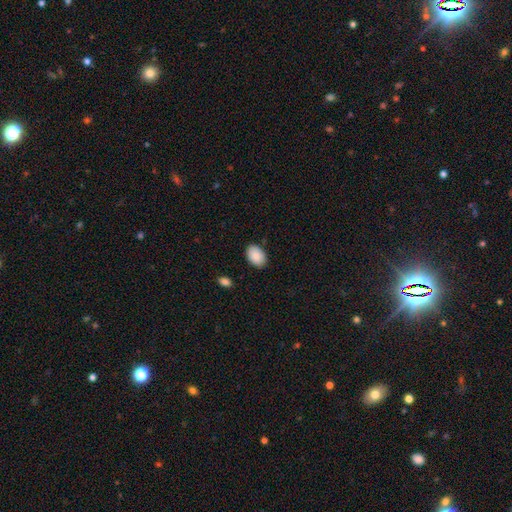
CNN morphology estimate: This appears to be a smooth galaxy with no disk features (88%) that is in between round and cigar-shaped (88%). Merging: none (85%).